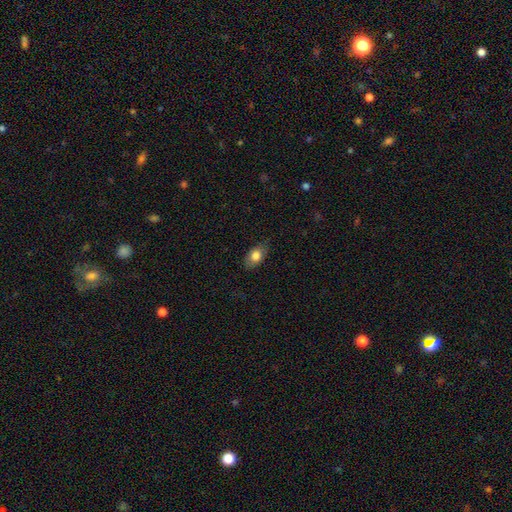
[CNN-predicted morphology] The model was most divided on "merging": none: 77%, minor disturbance: 18%, major disturbance: 4%, merger: 1%. More confident: how rounded — in between (86%); smooth or featured — smooth (78%).